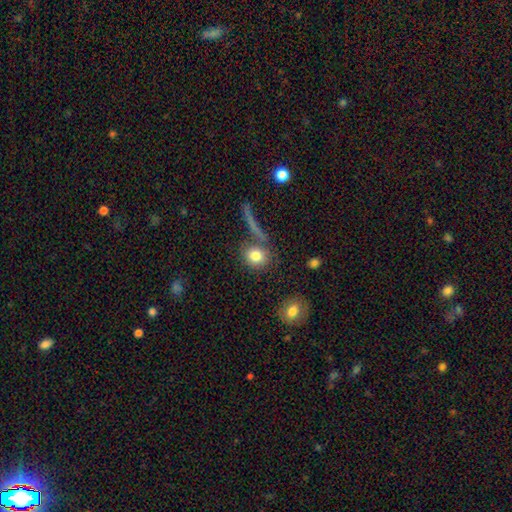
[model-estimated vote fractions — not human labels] The model was most divided on "how rounded": round: 74%, in between: 23%, cigar-shaped: 3%. More confident: smooth or featured — smooth (81%); merging — none (70%).